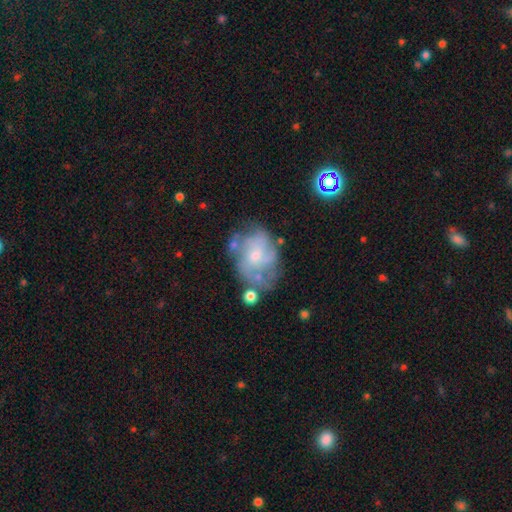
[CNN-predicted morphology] Smooth or featured: featured or disk — 65% (smooth — 25%)
Edge-on disk: no — 97% (yes — 3%)
Bar: no — 71% (weak — 25%)
Spiral arms: yes — 69% (no — 31%)
Bulge size: small — 57% (moderate — 34%)
Merging: none — 53% (minor disturbance — 23%)